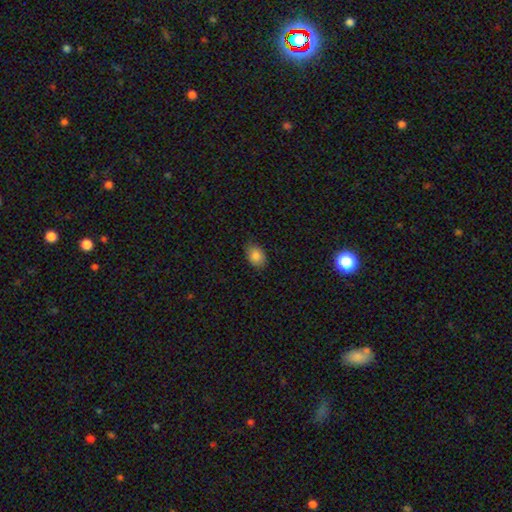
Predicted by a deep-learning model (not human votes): smooth_or_featured: smooth (p=0.86) [alt: star or artifact p=0.08]
how_rounded: in between (p=0.77) [alt: round p=0.22]
merging: none (p=0.81) [alt: minor disturbance p=0.15]